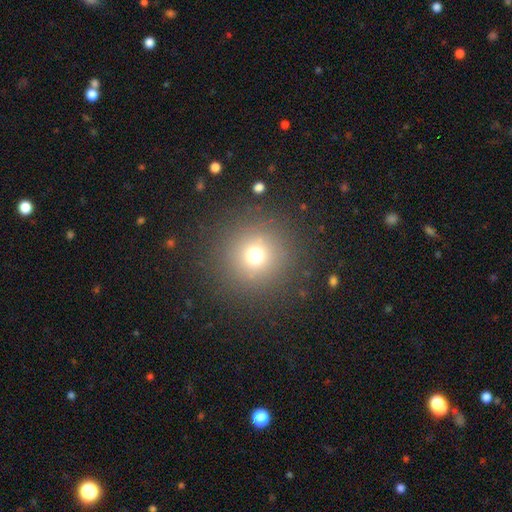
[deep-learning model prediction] Smooth or featured?
  - smooth: 70% *
  - star or artifact: 20%
  - featured or disk: 11%
How rounded?
  - round: 96% *
  - in between: 3%
  - cigar-shaped: 1%
Merging?
  - none: 88% *
  - minor disturbance: 6%
  - major disturbance: 4%
  - merger: 1%